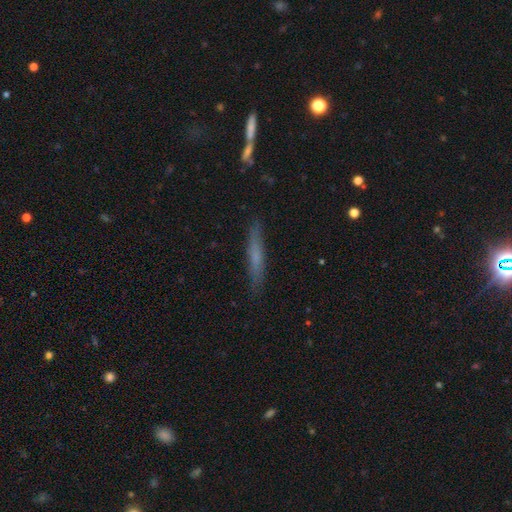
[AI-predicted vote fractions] smooth 56%, featured or disk 36%, star or artifact 8%. Down the decision tree: how rounded — cigar-shaped (93%); merging — none (86%).